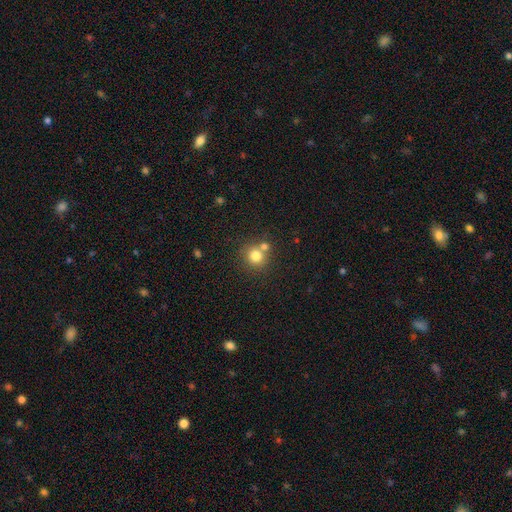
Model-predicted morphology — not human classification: A smooth galaxy with no disk features (78%) that is round (88%). Merging: none (57%).